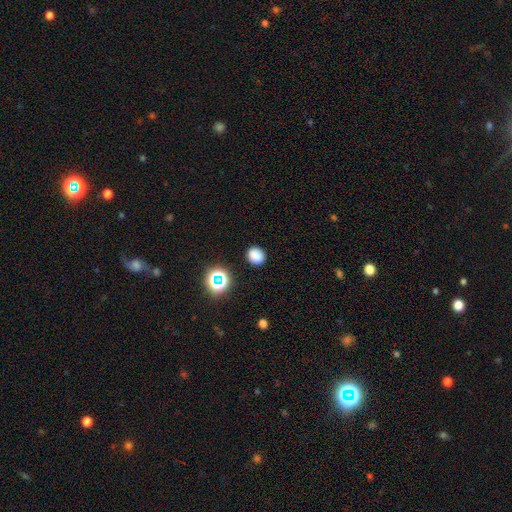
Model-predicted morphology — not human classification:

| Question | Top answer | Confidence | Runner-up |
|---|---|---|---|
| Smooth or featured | smooth | 81% | star or artifact (15%) |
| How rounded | round | 67% | in between (32%) |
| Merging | none | 88% | minor disturbance (8%) |